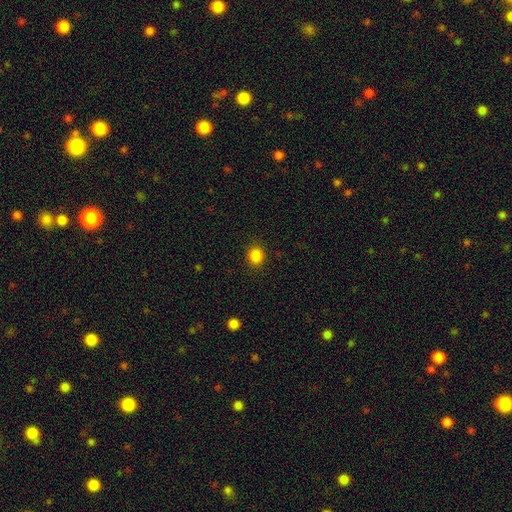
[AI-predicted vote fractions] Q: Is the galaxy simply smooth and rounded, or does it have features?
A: smooth — 86%.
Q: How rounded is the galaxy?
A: round — 81%.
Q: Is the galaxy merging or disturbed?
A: none — 89%.